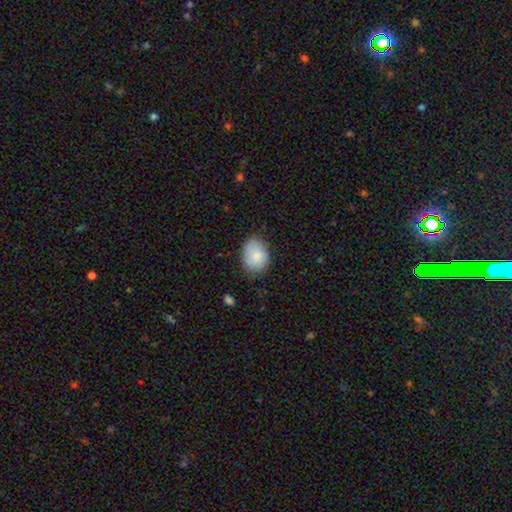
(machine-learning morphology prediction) This appears to be a smooth galaxy with no disk features (82%) that is in between round and cigar-shaped (70%). Merging: none (71%).